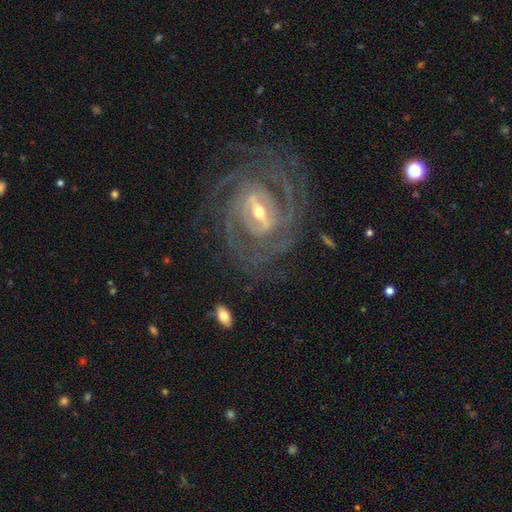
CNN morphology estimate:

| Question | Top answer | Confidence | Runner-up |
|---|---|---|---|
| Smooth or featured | featured or disk | 91% | star or artifact (6%) |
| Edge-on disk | no | 96% | yes (4%) |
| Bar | strong | 54% | weak (35%) |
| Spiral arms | yes | 98% | no (2%) |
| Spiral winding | tight | 72% | medium (25%) |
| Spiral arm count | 3 | 24% | 2 (23%) |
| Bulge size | small | 52% | moderate (43%) |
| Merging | none | 78% | minor disturbance (13%) |